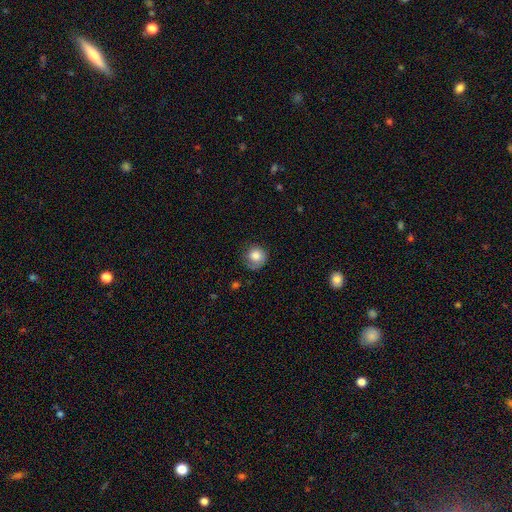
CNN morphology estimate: smooth 79%, featured or disk 12%, star or artifact 8%. Down the decision tree: how rounded — round (89%); merging — none (64%).